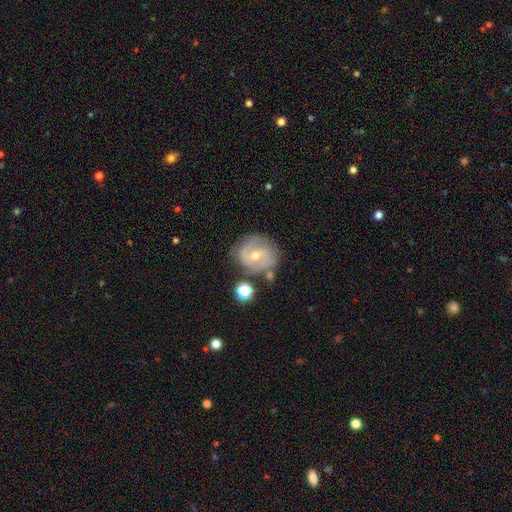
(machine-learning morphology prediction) A featured or disk galaxy (73%) with a weak bar (48%), 2 (78%) medium (46%) spiral arms (86%) and a moderate central bulge (51%).

Vote fractions:
- Smooth or featured? featured or disk: 73% / smooth: 20% / star or artifact: 8%
- Edge-on disk? no: 97% / yes: 3%
- Bar? weak: 48% / no: 33% / strong: 19%
- Spiral arms? yes: 86% / no: 14%
- Spiral winding? medium: 46% / tight: 36% / loose: 17%
- Spiral arm count? 2: 78% / can't tell: 13% / 3: 4% / 1: 3% / 4: 1% / more than 4: 1%
- Bulge size? moderate: 51% / small: 46% / large: 1% / none: 1% / dominant: 1%
- Merging? none: 69% / minor disturbance: 18% / merger: 7% / major disturbance: 6%